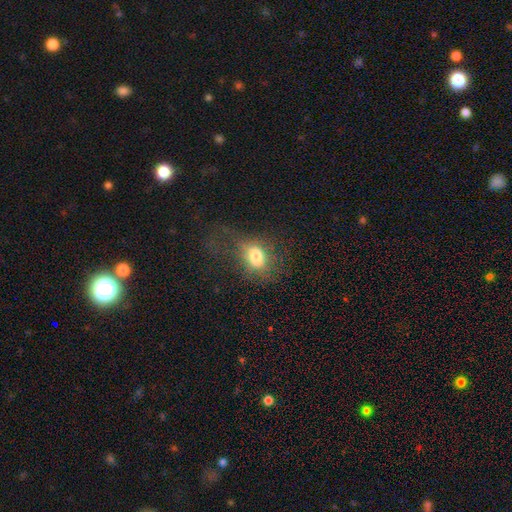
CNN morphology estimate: type=smooth (68%); roundness=in between (68%); merging=none (39%).